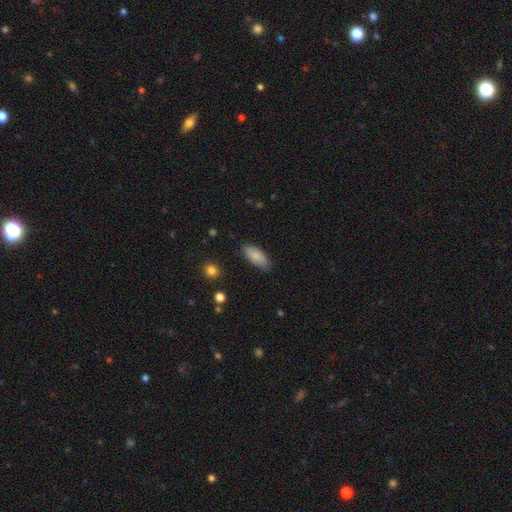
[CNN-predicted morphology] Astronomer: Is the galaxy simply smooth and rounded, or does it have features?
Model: smooth — 86%.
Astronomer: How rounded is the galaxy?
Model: in between — 87%.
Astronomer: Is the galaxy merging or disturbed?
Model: none — 82%.